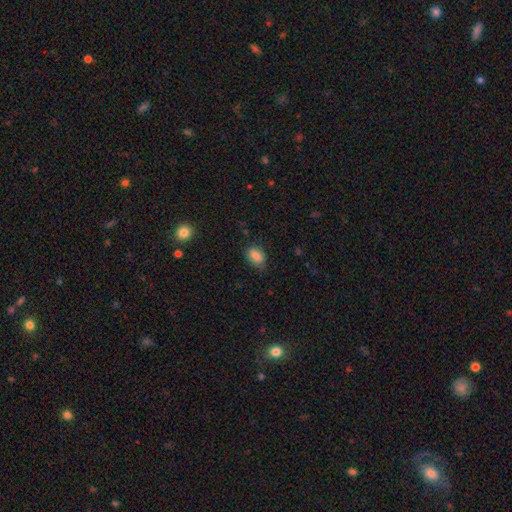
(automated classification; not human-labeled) Q: Smooth or featured?
A: smooth (86%); runner-up: star or artifact (8%)
Q: How rounded?
A: in between (87%); runner-up: round (11%)
Q: Merging?
A: none (75%); runner-up: minor disturbance (19%)